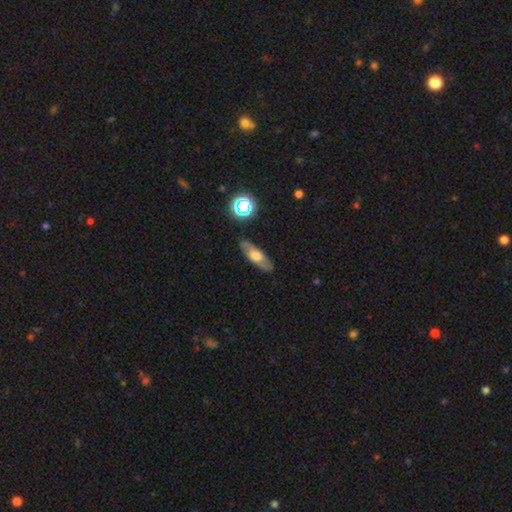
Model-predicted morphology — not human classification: This appears to be a featured or disk galaxy (50%). Merging: none (84%).